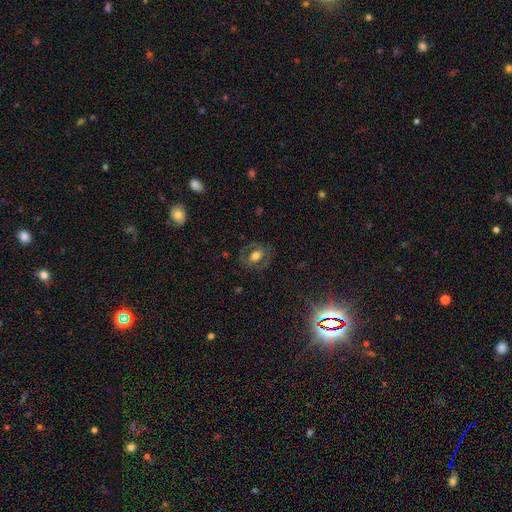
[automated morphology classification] smooth-or-featured: smooth: 48% | featured or disk: 43% | star or artifact: 10%
  merging: none: 74% | minor disturbance: 15% | major disturbance: 9% | merger: 1%